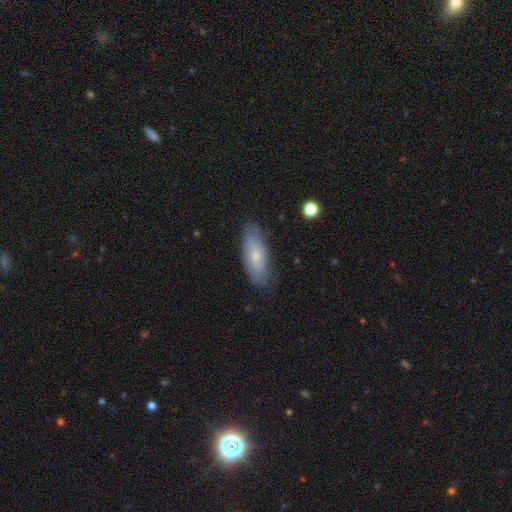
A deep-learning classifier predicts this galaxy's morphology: Smooth or featured?
  - smooth: 59% *
  - featured or disk: 34%
  - star or artifact: 7%
How rounded?
  - in between: 71% *
  - cigar-shaped: 27%
  - round: 2%
Merging?
  - none: 77% *
  - minor disturbance: 18%
  - major disturbance: 4%
  - merger: 1%